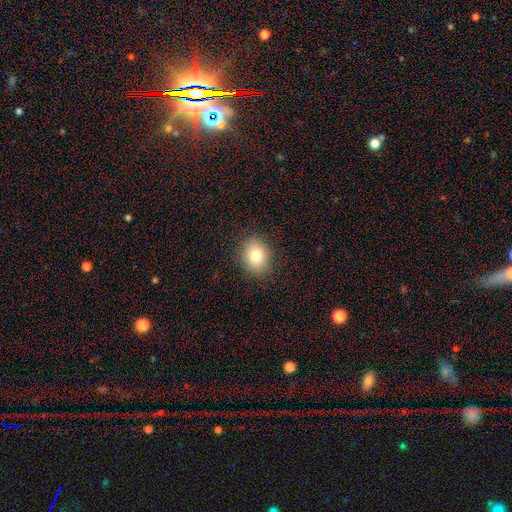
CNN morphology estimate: Smooth or featured: smooth — 79% (featured or disk — 11%)
How rounded: in between — 50% (round — 49%)
Merging: none — 88% (minor disturbance — 9%)